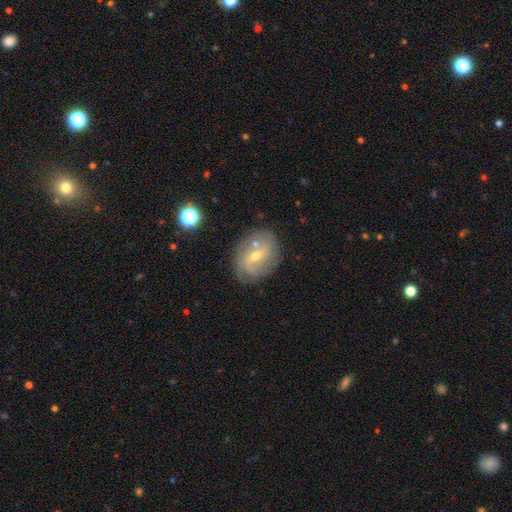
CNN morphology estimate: Smooth or featured: featured or disk — 70% (smooth — 21%)
Edge-on disk: no — 95% (yes — 5%)
Bar: weak — 51% (no — 32%)
Spiral arms: yes — 81% (no — 19%)
Spiral winding: medium — 38% (tight — 34%)
Spiral arm count: 2 — 46% (can't tell — 31%)
Bulge size: small — 52% (moderate — 45%)
Merging: none — 72% (minor disturbance — 16%)